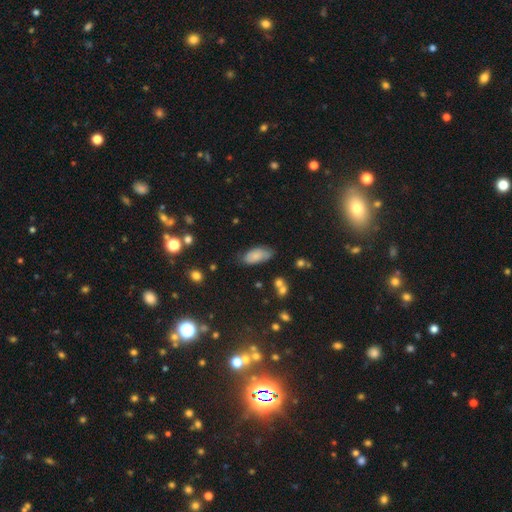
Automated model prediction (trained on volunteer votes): This is likely a smooth galaxy (71%). How rounded: clearly in between (90%). Merging: likely none (64%).